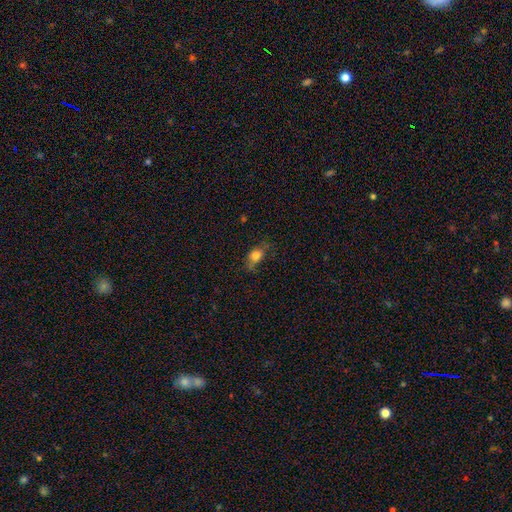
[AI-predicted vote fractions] A smooth galaxy with no disk features (73%) that is in between round and cigar-shaped (66%).

Vote fractions:
- Smooth or featured? smooth: 73% / featured or disk: 16% / star or artifact: 11%
- How rounded? in between: 66% / round: 29% / cigar-shaped: 5%
- Merging? none: 53% / minor disturbance: 29% / major disturbance: 15% / merger: 2%